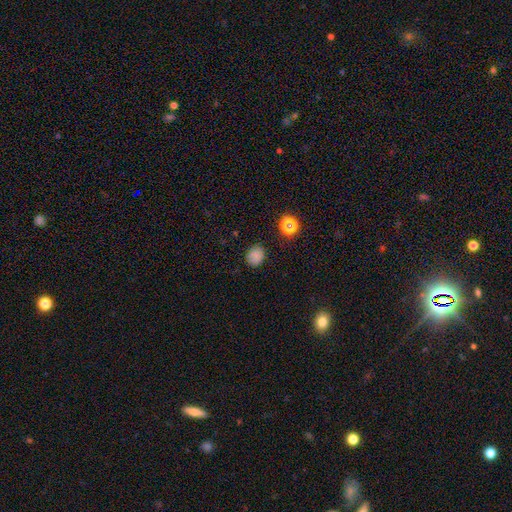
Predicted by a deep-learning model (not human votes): smooth_or_featured: smooth (p=0.79) [alt: star or artifact p=0.14]
how_rounded: round (p=0.68) [alt: in between p=0.31]
merging: none (p=0.83) [alt: minor disturbance p=0.13]